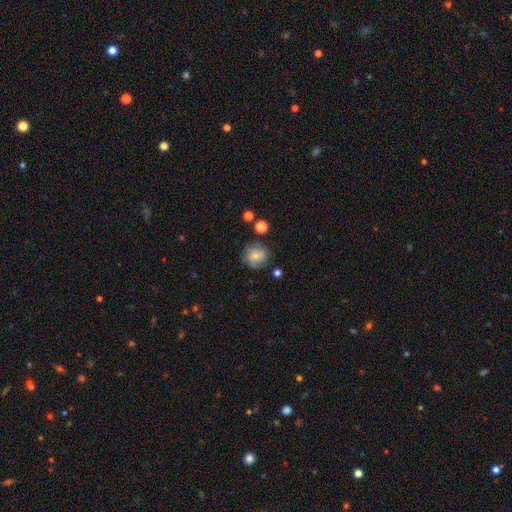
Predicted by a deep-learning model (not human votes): smooth-or-featured: smooth: 69% | featured or disk: 21% | star or artifact: 10%
  how-rounded: round: 88% | in between: 11% | cigar-shaped: 1%
  merging: none: 76% | minor disturbance: 16% | major disturbance: 5% | merger: 3%